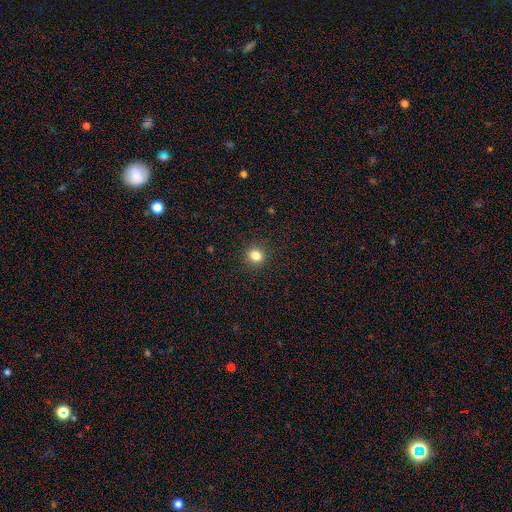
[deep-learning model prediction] smooth-or-featured: smooth: 82% | star or artifact: 13% | featured or disk: 5%
  how-rounded: round: 83% | in between: 16% | cigar-shaped: 1%
  merging: none: 91% | minor disturbance: 6% | major disturbance: 2% | merger: 1%